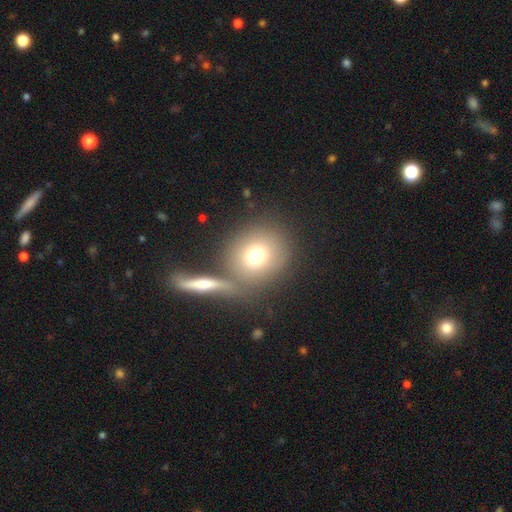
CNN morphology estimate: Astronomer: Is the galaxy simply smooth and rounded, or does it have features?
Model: smooth — 73%.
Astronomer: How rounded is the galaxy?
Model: round — 77%.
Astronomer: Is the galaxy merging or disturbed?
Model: none — 63%.